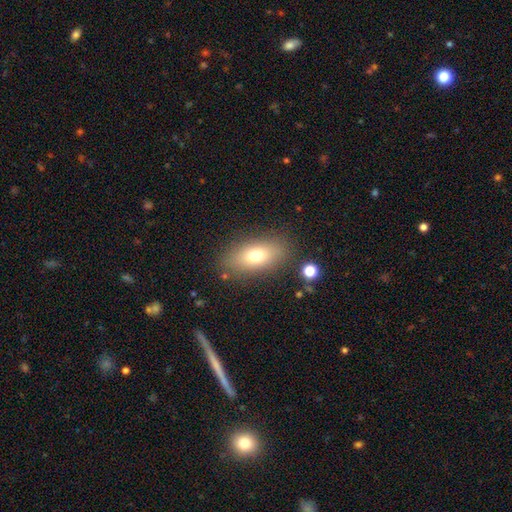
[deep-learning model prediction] smooth-or-featured: smooth: 72% | featured or disk: 17% | star or artifact: 11%
  how-rounded: in between: 84% | round: 9% | cigar-shaped: 7%
  merging: none: 82% | minor disturbance: 11% | major disturbance: 4% | merger: 2%